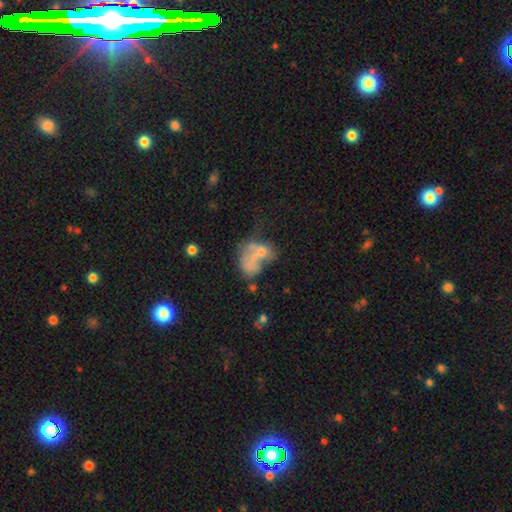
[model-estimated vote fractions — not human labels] Q: Smooth or featured?
A: smooth (46%); runner-up: featured or disk (39%)
Q: Merging?
A: merger (48%); runner-up: none (21%)